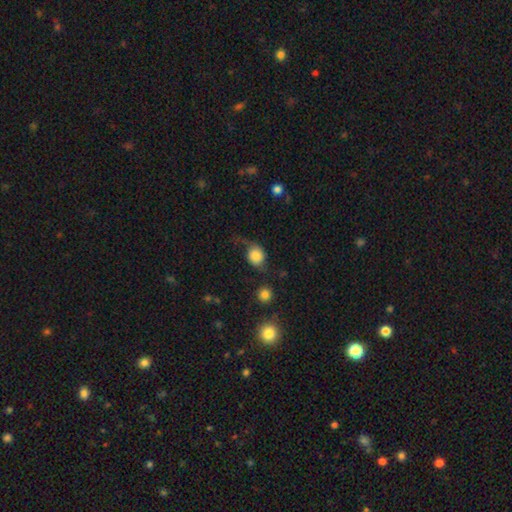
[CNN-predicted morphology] Q: Smooth or featured?
A: smooth (68%); runner-up: featured or disk (23%)
Q: How rounded?
A: round (65%); runner-up: in between (34%)
Q: Merging?
A: none (39%); runner-up: major disturbance (29%)